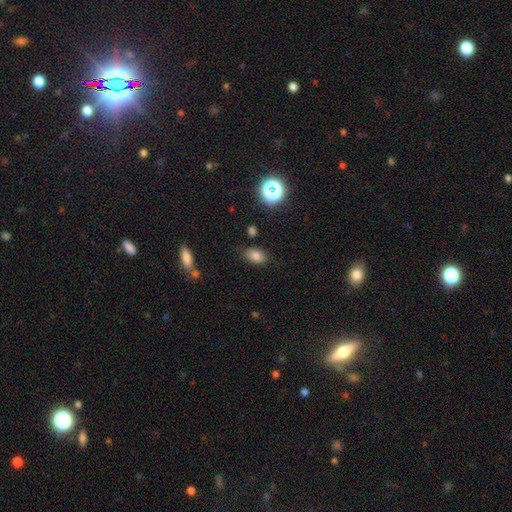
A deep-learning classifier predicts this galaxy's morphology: This is likely a smooth galaxy (79%). How rounded: clearly in between (84%). Merging: likely none (78%).